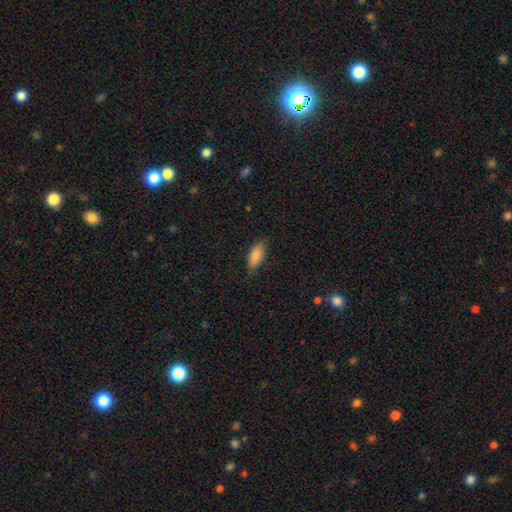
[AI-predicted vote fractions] The model was most divided on "merging": none: 79%, minor disturbance: 17%, major disturbance: 3%, merger: 1%. More confident: smooth or featured — smooth (86%); how rounded — in between (83%).